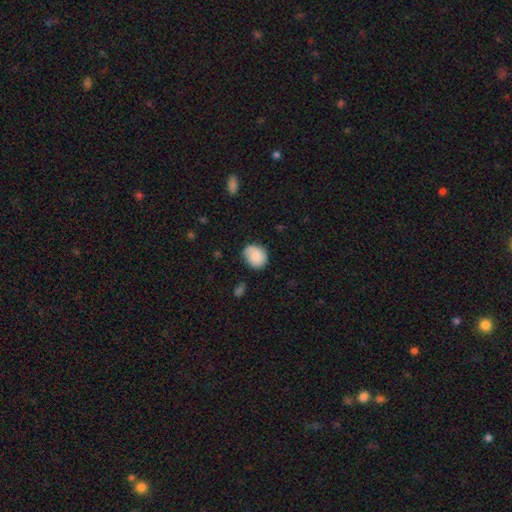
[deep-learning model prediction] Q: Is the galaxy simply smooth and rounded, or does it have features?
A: smooth — 80%.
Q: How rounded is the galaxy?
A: round — 63%.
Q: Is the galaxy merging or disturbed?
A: none — 70%.